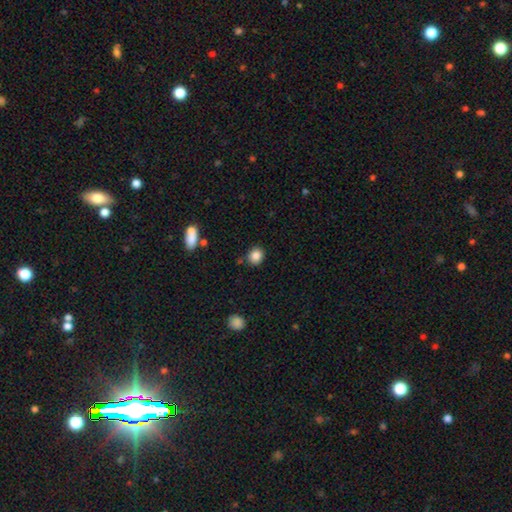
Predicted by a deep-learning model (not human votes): This appears to be a smooth galaxy with no disk features (85%) that is round (76%). Merging: none (84%).